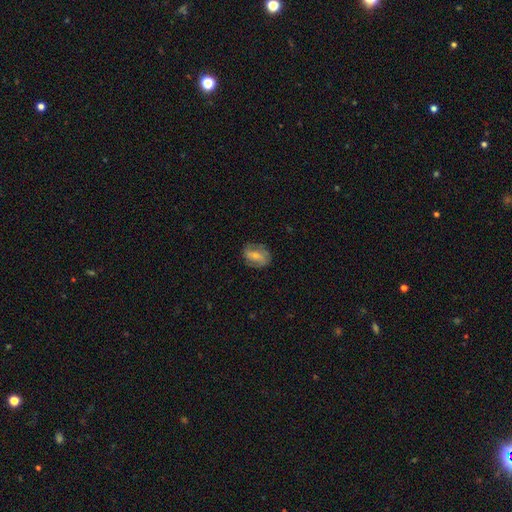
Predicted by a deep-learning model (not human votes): Smooth or featured? featured or disk (46%, tied with smooth)
Merging? none (71%)